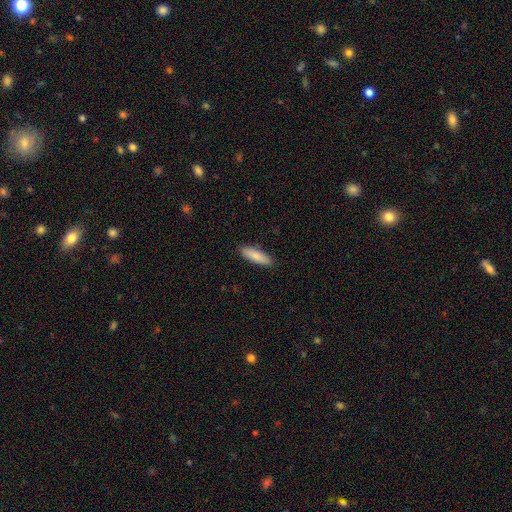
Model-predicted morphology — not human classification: smooth 87%, featured or disk 8%, star or artifact 5%. Down the decision tree: how rounded — cigar-shaped (59%); merging — none (89%).